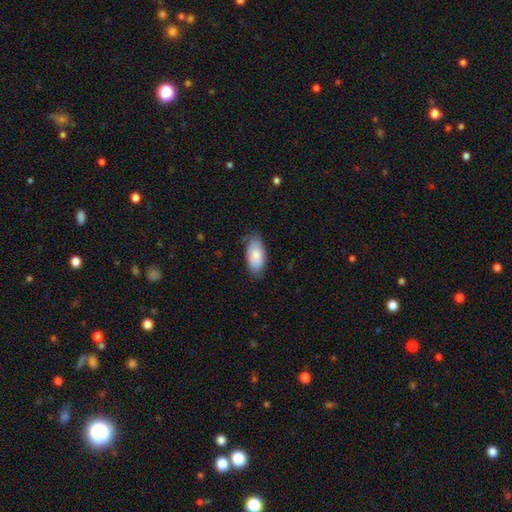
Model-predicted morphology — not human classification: smooth 83%, featured or disk 11%, star or artifact 6%. Down the decision tree: how rounded — in between (93%); merging — none (72%).